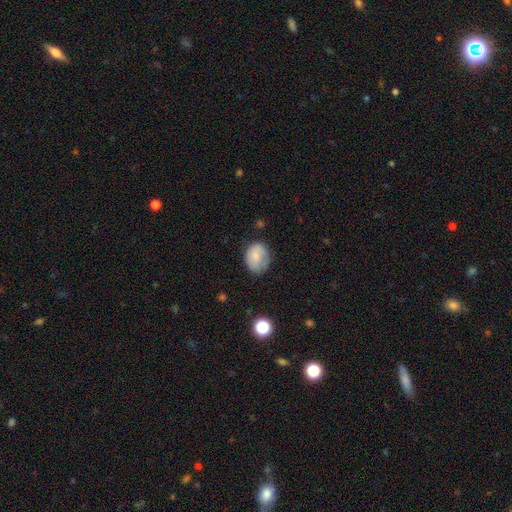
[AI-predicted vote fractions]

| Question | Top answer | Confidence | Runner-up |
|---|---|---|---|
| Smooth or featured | smooth | 75% | featured or disk (17%) |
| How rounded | in between | 54% | round (45%) |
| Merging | none | 66% | minor disturbance (25%) |